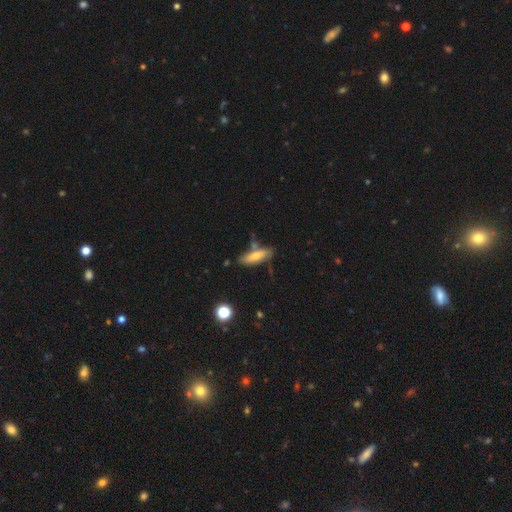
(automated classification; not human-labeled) Smooth or featured? smooth (66%)
How rounded? in between (52%)
Merging? none (65%)